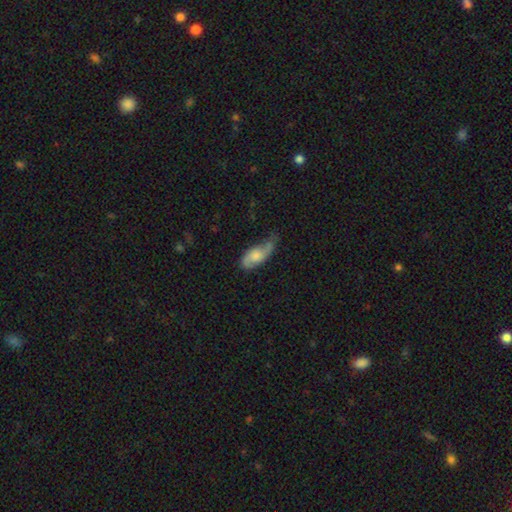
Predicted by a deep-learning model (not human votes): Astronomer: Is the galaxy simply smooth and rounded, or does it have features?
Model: smooth — 51% (runner-up: featured or disk, 43%).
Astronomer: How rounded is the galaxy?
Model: in between — 80%.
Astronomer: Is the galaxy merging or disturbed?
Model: none — 43% (runner-up: minor disturbance, 38%).